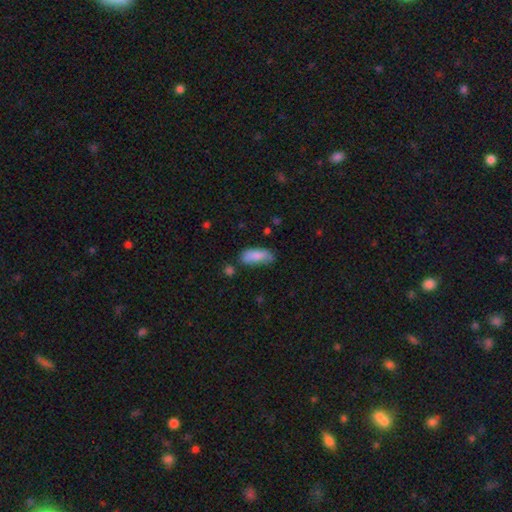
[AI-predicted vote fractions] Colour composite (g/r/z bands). It shows a smooth galaxy with no disk features (81%) that is in between round and cigar-shaped (80%). Merging: none (56%).